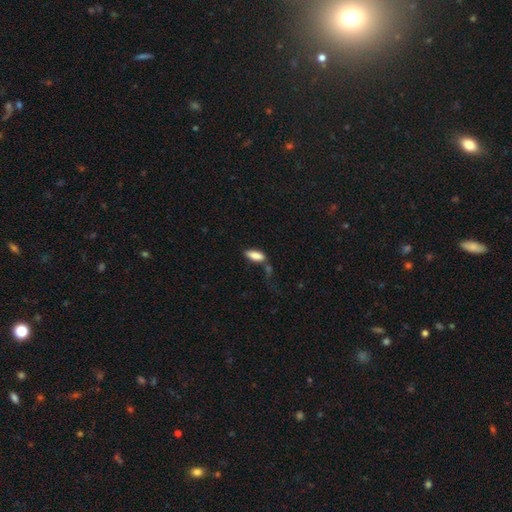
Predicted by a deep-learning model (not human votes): smooth 84%, featured or disk 8%, star or artifact 7%. Down the decision tree: how rounded — in between (70%); merging — none (50%).